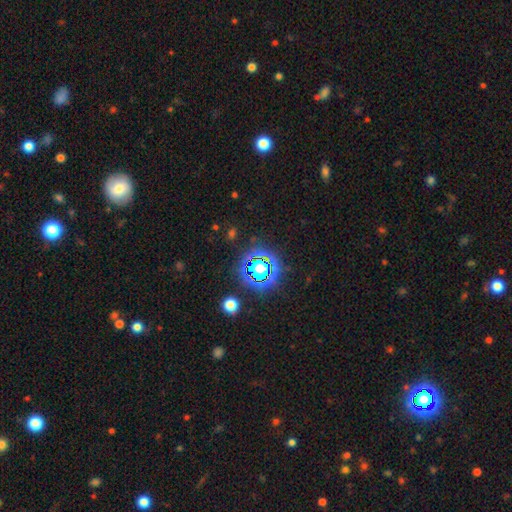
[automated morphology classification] Smooth or featured? Predicted: star or artifact (p=0.80).